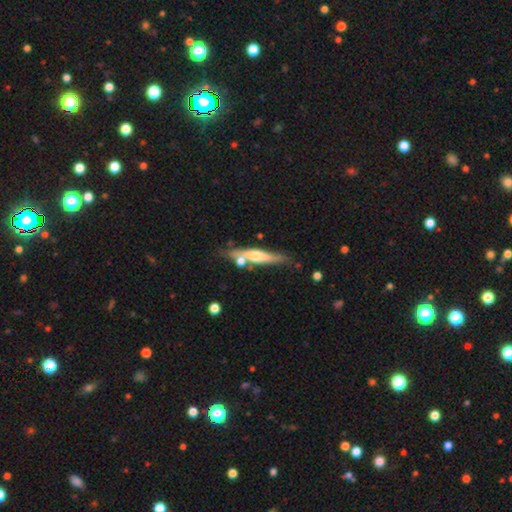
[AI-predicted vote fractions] A featured or disk galaxy (58%) viewed edge-on (87%) with a rounded central bulge (82%). Merging: none (64%).